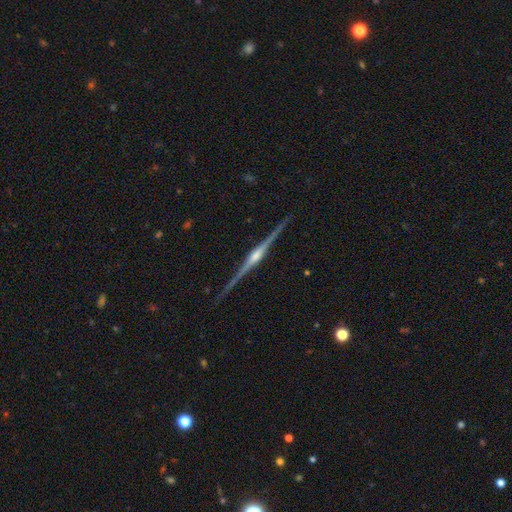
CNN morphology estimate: This appears to be a featured or disk galaxy (89%) viewed edge-on (99%) with a rounded central bulge (84%). Merging: none (90%).